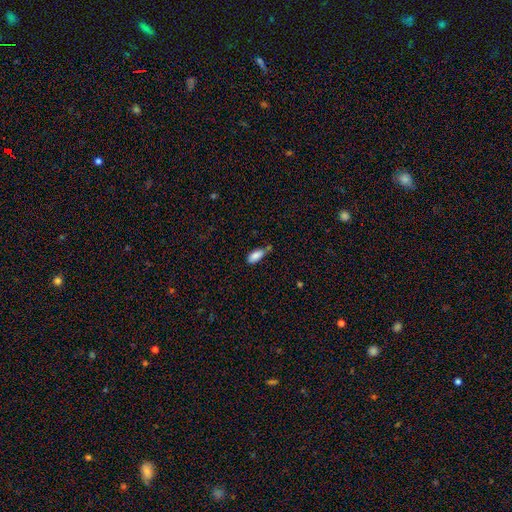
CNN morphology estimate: Overall: smooth (86%). How rounded: in between (87%). Merging: none (52%; minor disturbance 29%).